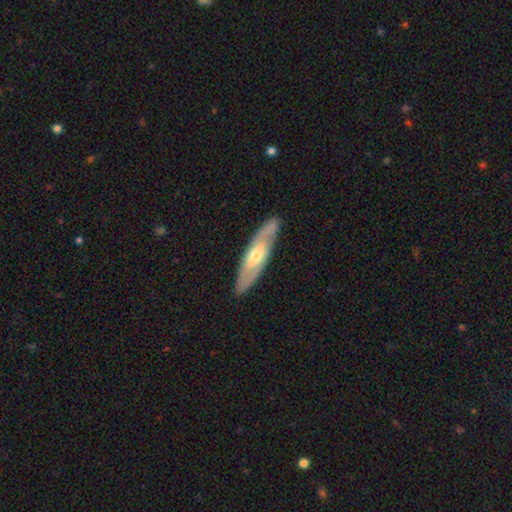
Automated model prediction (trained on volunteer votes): featured or disk 69%, smooth 26%, star or artifact 5%. Down the decision tree: edge-on disk — no (64%); merging — none (87%).